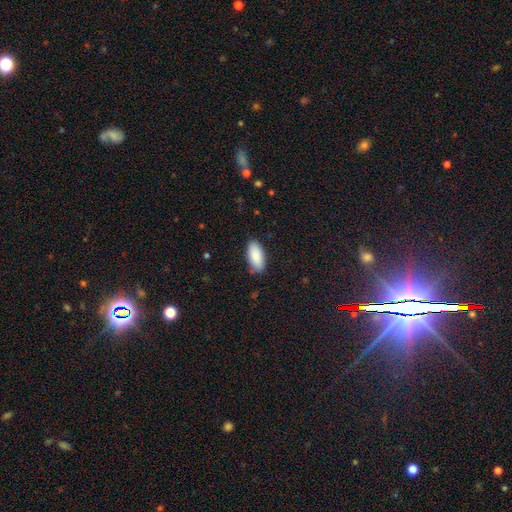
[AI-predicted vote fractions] A smooth galaxy with no disk features (89%) that is in between round and cigar-shaped (90%).

Vote fractions:
- Smooth or featured? smooth: 89% / star or artifact: 6% / featured or disk: 5%
- How rounded? in between: 90% / cigar-shaped: 9% / round: 2%
- Merging? none: 84% / minor disturbance: 13% / major disturbance: 2% / merger: 1%